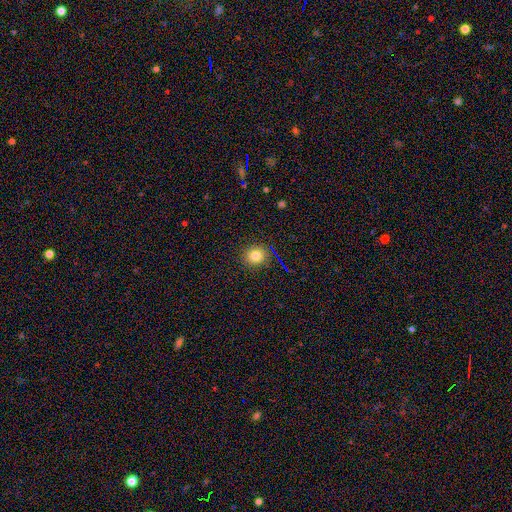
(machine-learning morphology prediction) The model was most divided on "how rounded": round: 78%, in between: 21%, cigar-shaped: 1%. More confident: merging — none (89%); smooth or featured — smooth (79%).